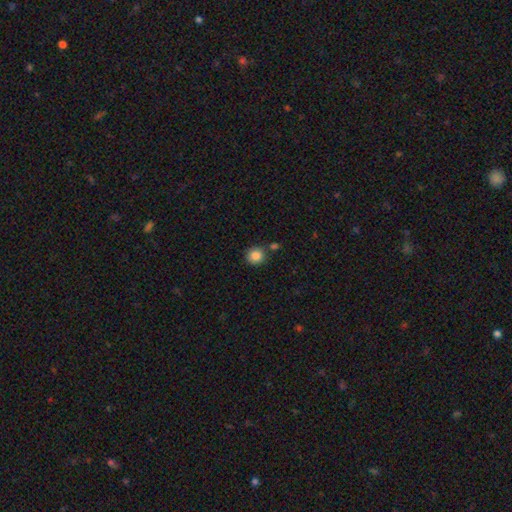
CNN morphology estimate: Smooth or featured? Predicted: smooth (p=0.86). How rounded? Predicted: round (p=0.91). Merging? Predicted: none (p=0.79).